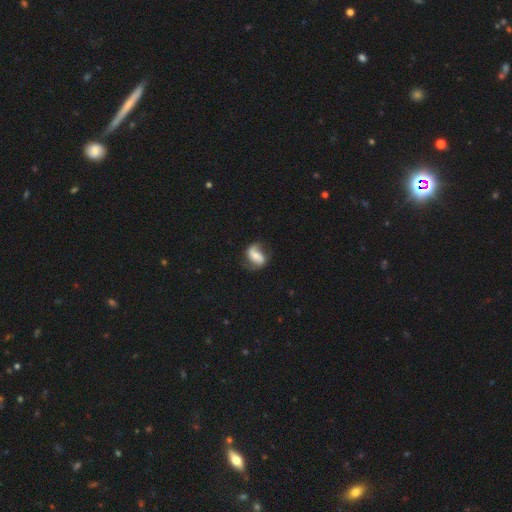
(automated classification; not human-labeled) Smooth or featured?
  - featured or disk: 65% *
  - smooth: 28%
  - star or artifact: 7%
Edge-on disk?
  - no: 96% *
  - yes: 4%
Bar?
  - strong: 37% *
  - weak: 33%
  - no: 30%
Spiral arms?
  - yes: 87% *
  - no: 13%
Spiral winding?
  - loose: 47% *
  - medium: 36%
  - tight: 16%
Spiral arm count?
  - 2: 86% *
  - can't tell: 6%
  - 1: 5%
  - 3: 1%
  - 4: 1%
  - more than 4: 1%
Bulge size?
  - moderate: 46% *
  - small: 39%
  - large: 8%
  - none: 6%
  - dominant: 2%
Merging?
  - none: 64% *
  - minor disturbance: 22%
  - major disturbance: 12%
  - merger: 2%